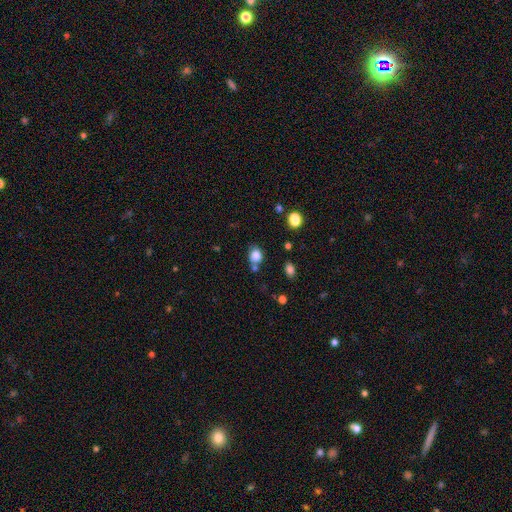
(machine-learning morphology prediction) This is clearly a smooth galaxy (82%). How rounded: likely round (64%). Merging: likely none (61%).